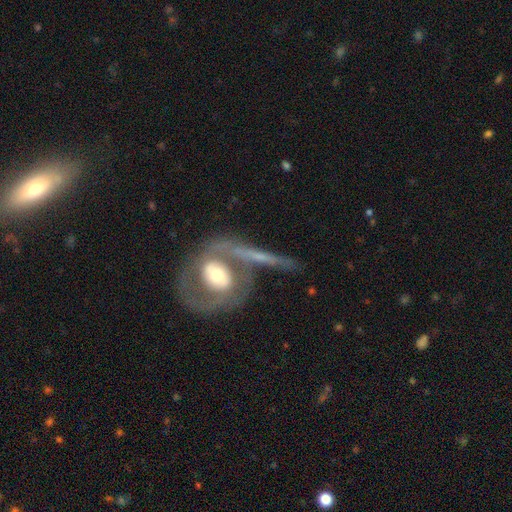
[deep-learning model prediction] smooth_or_featured: featured or disk (p=0.72) [alt: smooth p=0.22]
disk_edge_on: no (p=0.75) [alt: yes p=0.25]
bar: no (p=0.52) [alt: weak p=0.29]
has_spiral_arms: yes (p=0.65) [alt: no p=0.35]
bulge_size: moderate (p=0.60) [alt: small p=0.25]
merging: none (p=0.46) [alt: merger p=0.31]